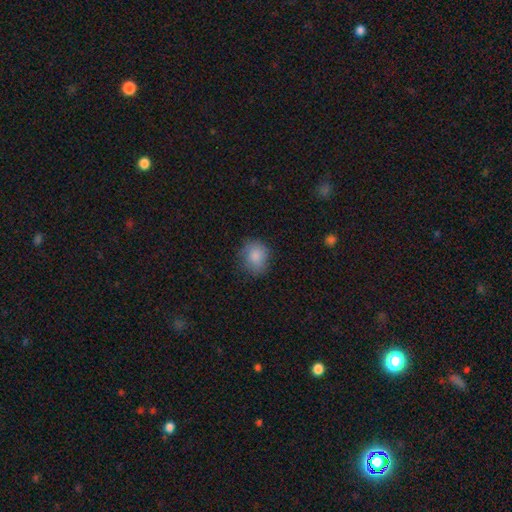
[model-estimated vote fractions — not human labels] Smooth or featured? Predicted: smooth (p=0.84). How rounded? Predicted: round (p=0.70). Merging? Predicted: none (p=0.75).